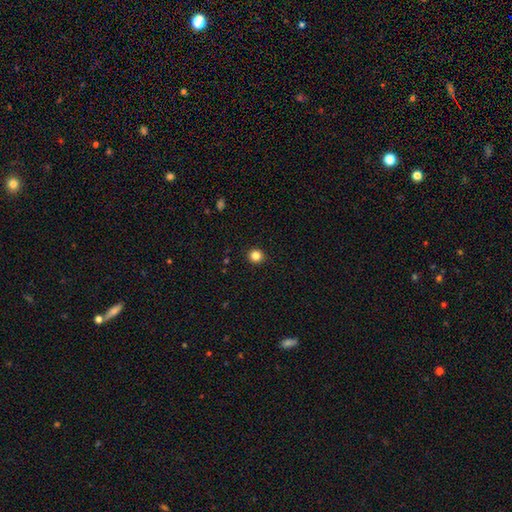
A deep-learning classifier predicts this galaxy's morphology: type=smooth (84%); roundness=round (91%); merging=none (92%).